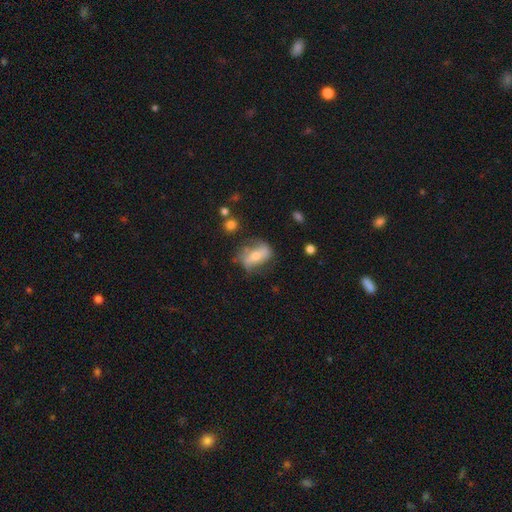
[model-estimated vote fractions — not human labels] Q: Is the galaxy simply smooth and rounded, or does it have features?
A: featured or disk — 52%.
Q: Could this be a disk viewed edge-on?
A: no — 82%.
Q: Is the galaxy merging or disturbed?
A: none — 57%.